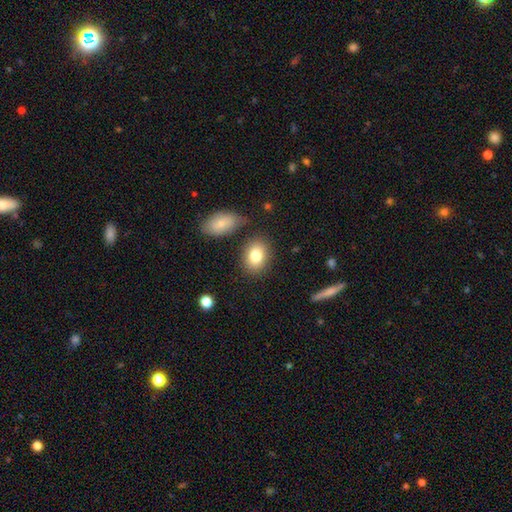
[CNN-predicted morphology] smooth 81%, featured or disk 10%, star or artifact 9%. Down the decision tree: how rounded — in between (63%); merging — none (79%).